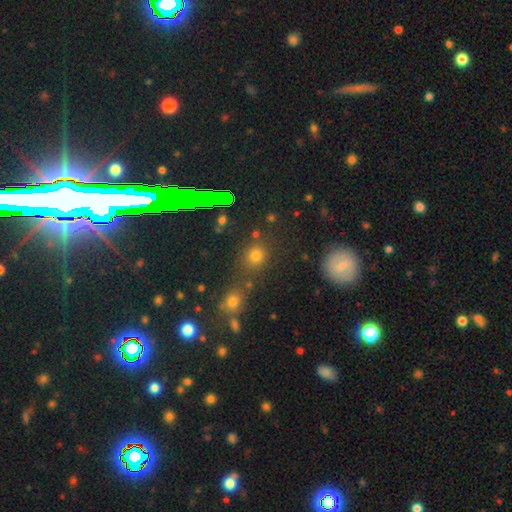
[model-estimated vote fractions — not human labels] A smooth galaxy with no disk features (69%) that is round (83%). Merging: none (76%).